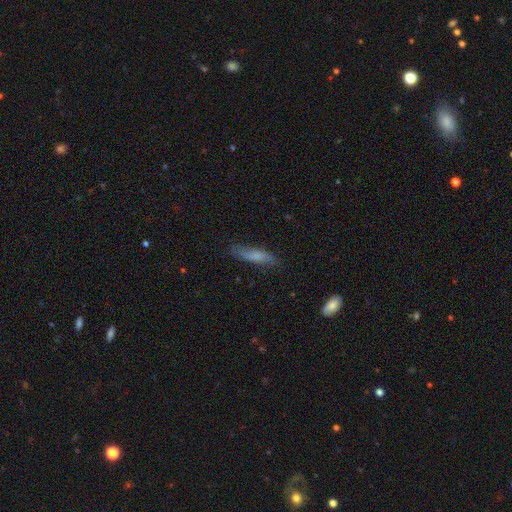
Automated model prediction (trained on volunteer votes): Smooth or featured? Predicted: smooth (p=0.66). How rounded? Predicted: cigar-shaped (p=0.78). Merging? Predicted: none (p=0.75).